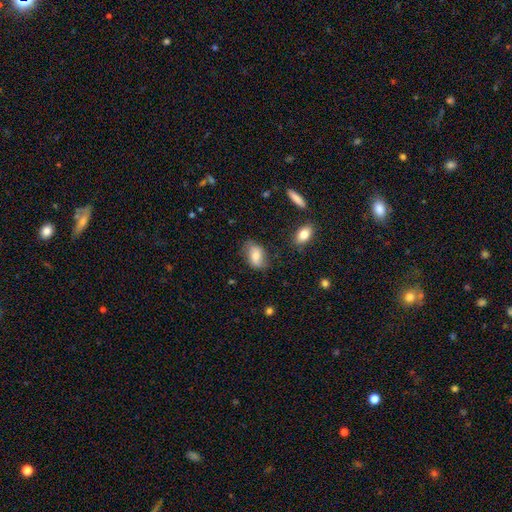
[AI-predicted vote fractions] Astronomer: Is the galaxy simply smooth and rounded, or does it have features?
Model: smooth — 73%.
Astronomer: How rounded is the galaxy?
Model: in between — 85%.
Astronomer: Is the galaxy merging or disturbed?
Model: none — 68%.